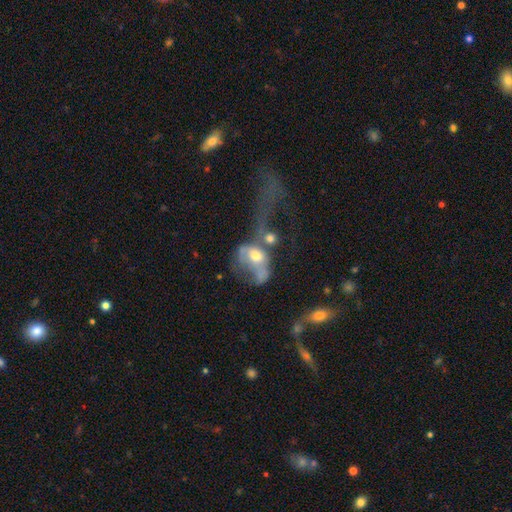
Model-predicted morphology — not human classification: This is possibly a featured or disk galaxy (47%). Merging: possibly merger (50%).